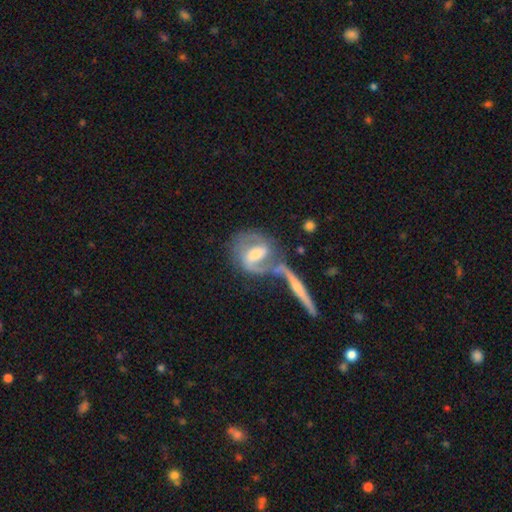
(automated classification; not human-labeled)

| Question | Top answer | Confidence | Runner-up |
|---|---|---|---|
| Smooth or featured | featured or disk | 80% | smooth (14%) |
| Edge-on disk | no | 92% | yes (8%) |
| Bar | weak | 45% | strong (37%) |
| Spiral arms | yes | 90% | no (10%) |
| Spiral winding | medium | 51% | tight (26%) |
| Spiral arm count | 2 | 80% | can't tell (8%) |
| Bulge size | moderate | 57% | small (32%) |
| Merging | merger | 40% | none (37%) |